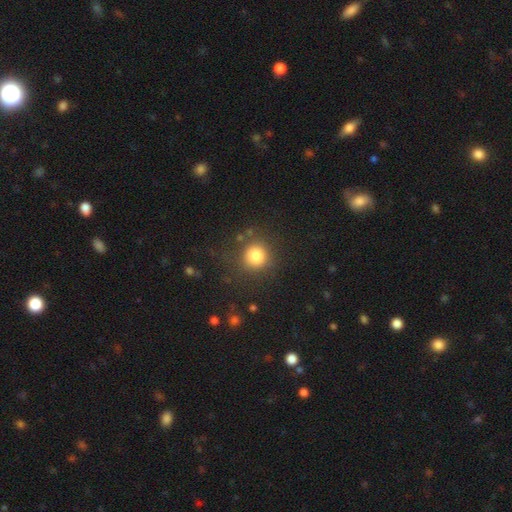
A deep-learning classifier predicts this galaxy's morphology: The model was most divided on "merging": none: 80%, minor disturbance: 11%, major disturbance: 6%, merger: 3%. More confident: how rounded — round (91%); smooth or featured — smooth (82%).